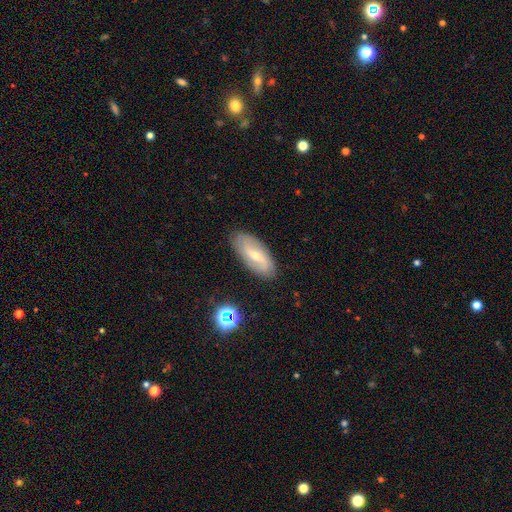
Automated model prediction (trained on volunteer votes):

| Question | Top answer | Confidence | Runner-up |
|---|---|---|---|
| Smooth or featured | featured or disk | 62% | smooth (31%) |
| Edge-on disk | no | 88% | yes (12%) |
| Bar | weak | 46% | strong (29%) |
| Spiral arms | yes | 76% | no (24%) |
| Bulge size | small | 62% | moderate (34%) |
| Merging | none | 85% | minor disturbance (11%) |